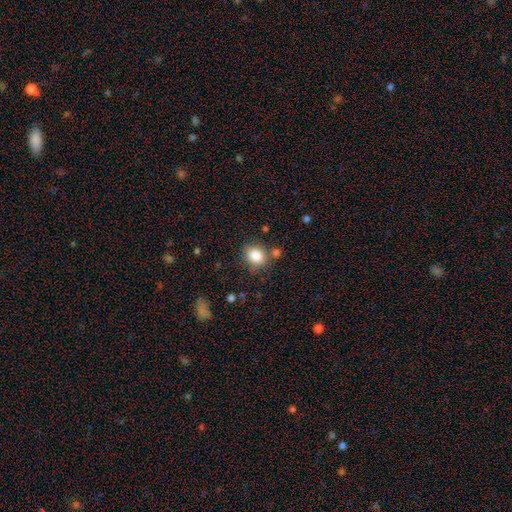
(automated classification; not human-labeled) Overall: smooth (84%). How rounded: round (60%; in between 39%). Merging: none (71%).